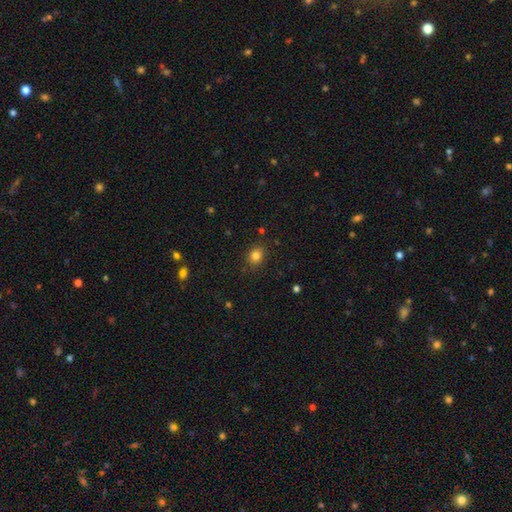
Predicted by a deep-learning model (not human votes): Q: Smooth or featured?
A: smooth (82%); runner-up: star or artifact (13%)
Q: How rounded?
A: round (64%); runner-up: in between (35%)
Q: Merging?
A: none (86%); runner-up: minor disturbance (10%)